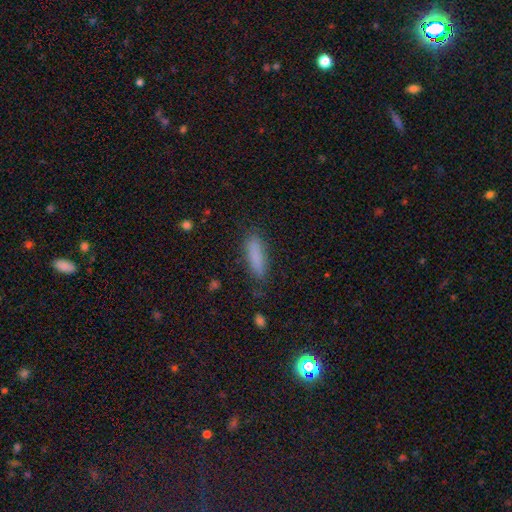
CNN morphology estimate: type=smooth (85%); roundness=cigar-shaped (62%); merging=none (82%).